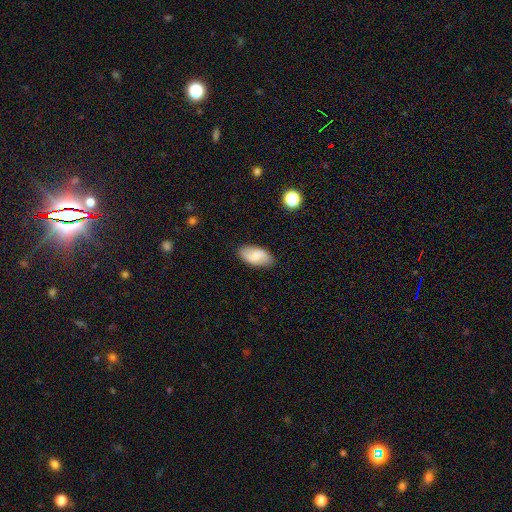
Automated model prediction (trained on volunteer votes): smooth 79%, featured or disk 14%, star or artifact 7%. Down the decision tree: how rounded — in between (94%); merging — none (85%).